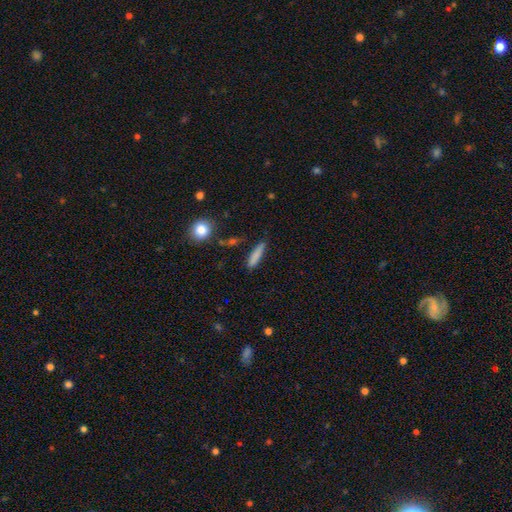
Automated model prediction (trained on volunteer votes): Smooth or featured? smooth (83%)
How rounded? cigar-shaped (84%)
Merging? none (82%)